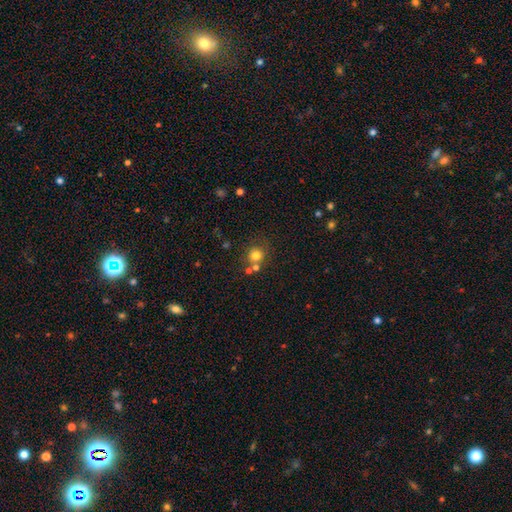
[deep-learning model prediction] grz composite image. It shows a smooth galaxy with no disk features (76%) that is round (90%). Merging: none (66%).